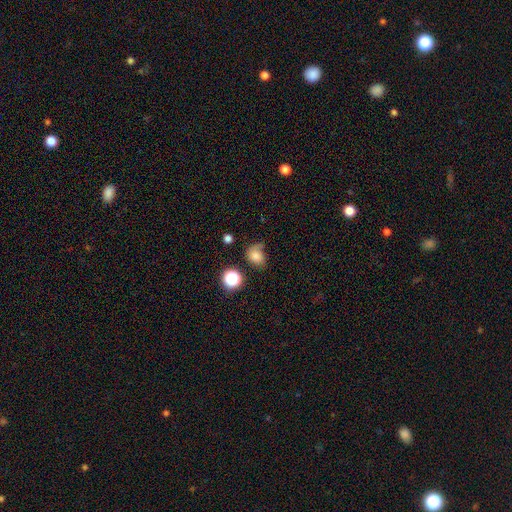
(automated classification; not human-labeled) Smooth or featured: smooth — 70% (featured or disk — 16%)
How rounded: in between — 50% (round — 49%)
Merging: none — 45% (minor disturbance — 30%)